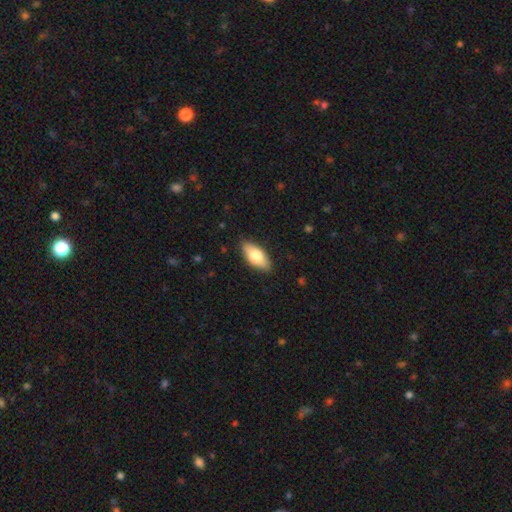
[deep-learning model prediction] A smooth galaxy with no disk features (71%) that is in between round and cigar-shaped (86%). Merging: none (86%).